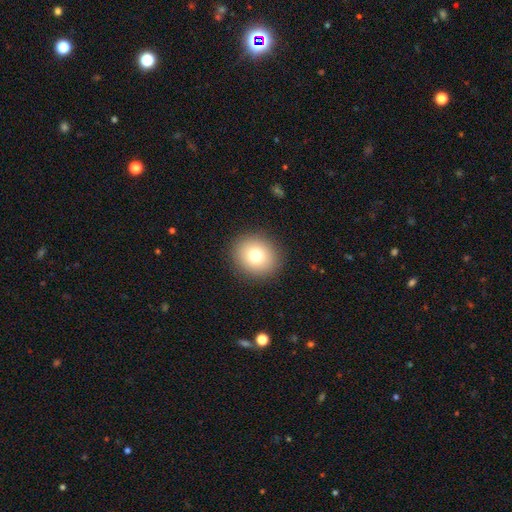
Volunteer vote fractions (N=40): Smooth or featured: smooth — 70% (featured or disk — 22%)
How rounded: round — 79% (in between — 21%)
Merging: none — 97% (minor disturbance — 3%)